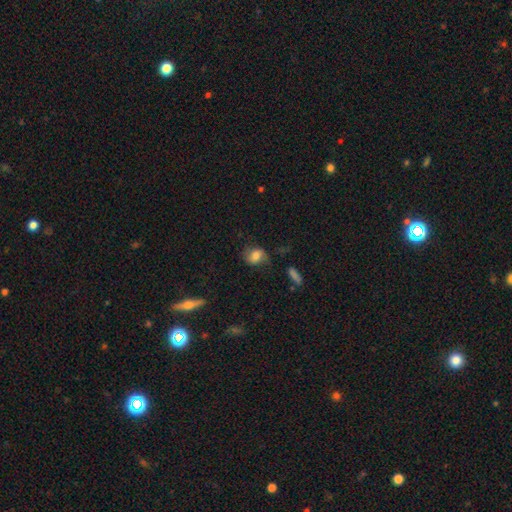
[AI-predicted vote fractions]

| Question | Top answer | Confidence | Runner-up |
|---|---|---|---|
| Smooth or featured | smooth | 64% | featured or disk (27%) |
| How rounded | in between | 54% | round (44%) |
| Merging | none | 60% | minor disturbance (24%) |